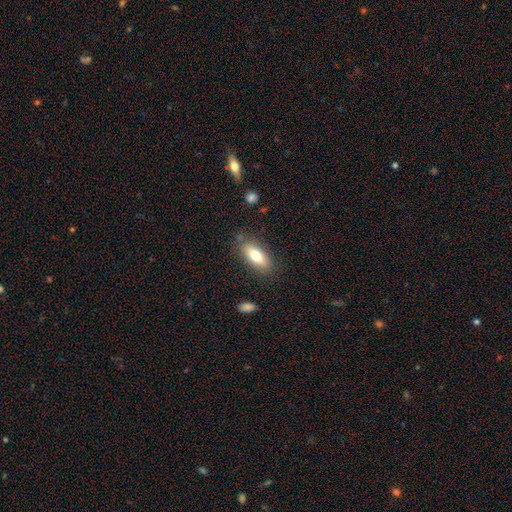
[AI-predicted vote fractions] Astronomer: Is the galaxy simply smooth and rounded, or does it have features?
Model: smooth — 72%.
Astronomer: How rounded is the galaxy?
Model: in between — 75%.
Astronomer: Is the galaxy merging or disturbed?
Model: none — 81%.